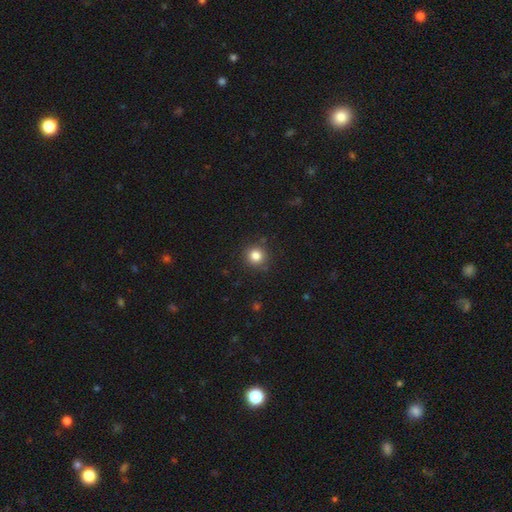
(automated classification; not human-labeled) The model was most divided on "smooth or featured": smooth: 83%, star or artifact: 12%, featured or disk: 5%. More confident: how rounded — round (93%); merging — none (89%).